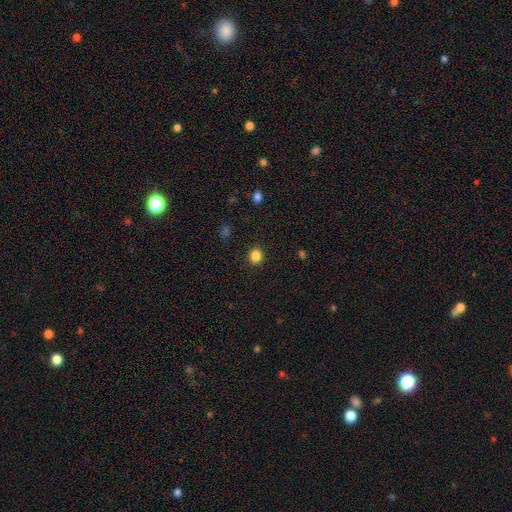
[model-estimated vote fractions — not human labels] This appears to be a smooth galaxy with no disk features (85%) that is round (81%). Merging: none (91%).